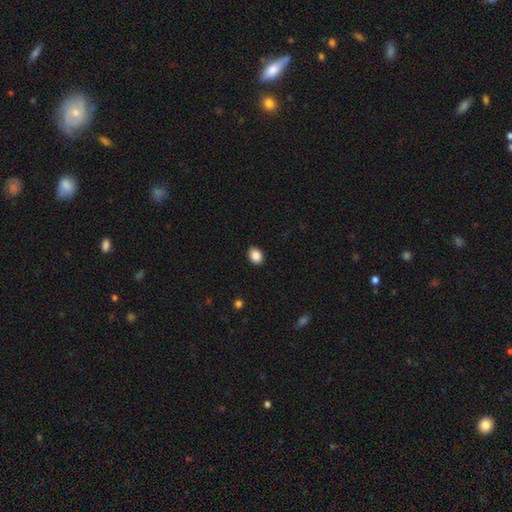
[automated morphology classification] A smooth galaxy with no disk features (89%) that is in between round and cigar-shaped (61%).

Vote fractions:
- Smooth or featured? smooth: 89% / star or artifact: 9% / featured or disk: 3%
- How rounded? in between: 61% / round: 38% / cigar-shaped: 1%
- Merging? none: 89% / minor disturbance: 8% / major disturbance: 2% / merger: 1%